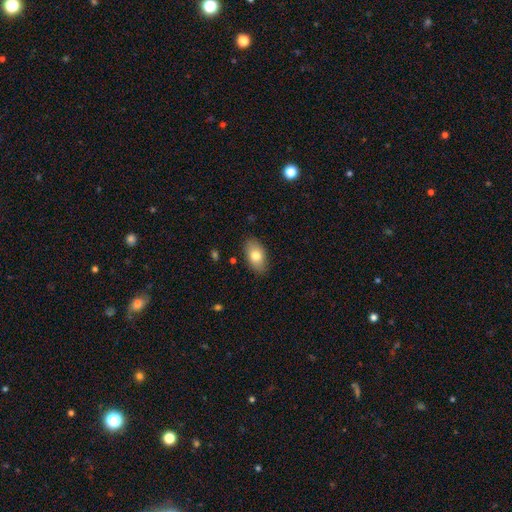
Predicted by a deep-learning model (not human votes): Morphology: type=smooth (77%); roundness=in between (92%); merging=none (86%).